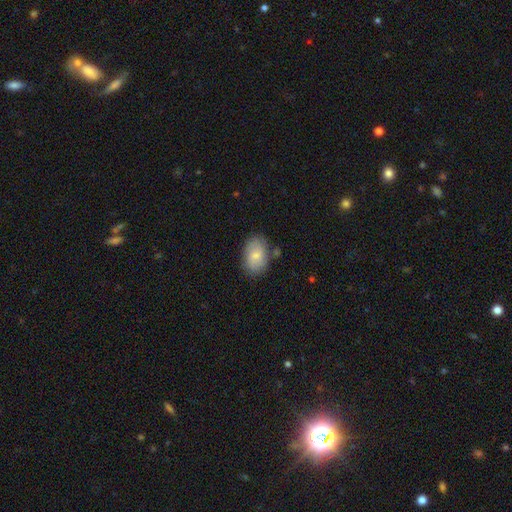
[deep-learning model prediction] smooth_or_featured: smooth (p=0.76) [alt: featured or disk p=0.18]
how_rounded: in between (p=0.85) [alt: round p=0.13]
merging: none (p=0.76) [alt: minor disturbance p=0.16]